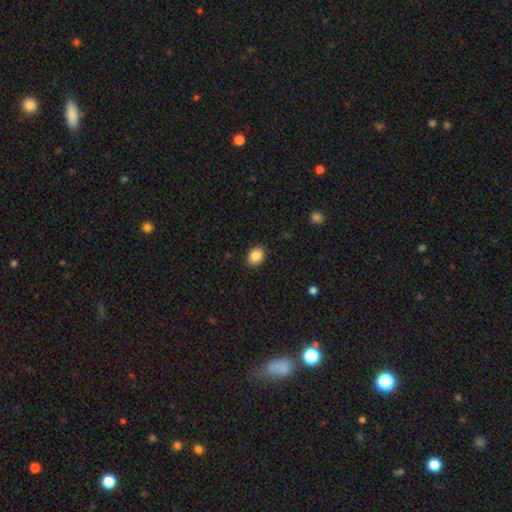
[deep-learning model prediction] Q: Smooth or featured?
A: smooth (88%); runner-up: star or artifact (8%)
Q: How rounded?
A: in between (71%); runner-up: round (28%)
Q: Merging?
A: none (88%); runner-up: minor disturbance (9%)